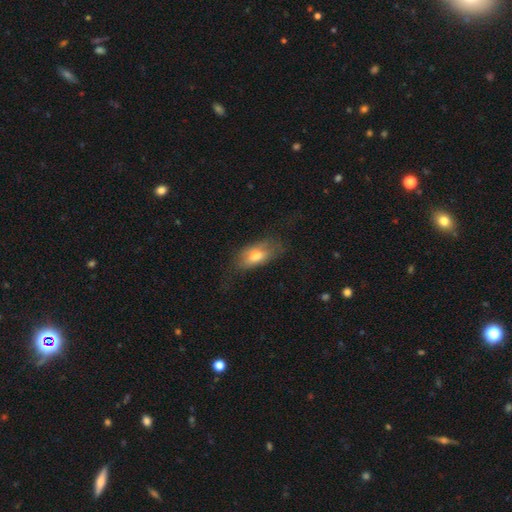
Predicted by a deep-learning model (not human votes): Smooth or featured?
  - smooth: 70% *
  - featured or disk: 23%
  - star or artifact: 7%
How rounded?
  - in between: 86% *
  - cigar-shaped: 10%
  - round: 4%
Merging?
  - none: 58% *
  - minor disturbance: 27%
  - major disturbance: 13%
  - merger: 2%